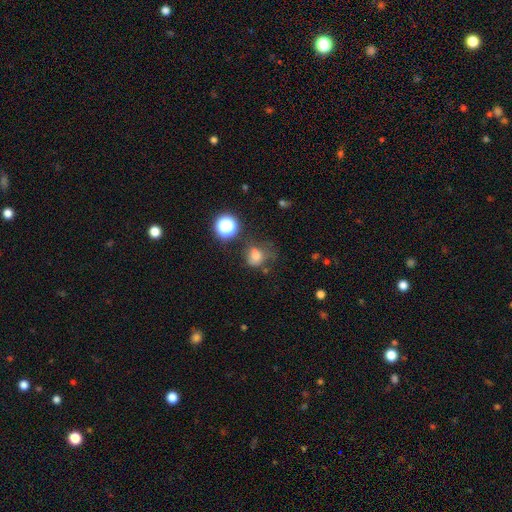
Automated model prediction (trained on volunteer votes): Smooth or featured? Predicted: smooth (p=0.71). How rounded? Predicted: round (p=0.67). Merging? Predicted: none (p=0.45).